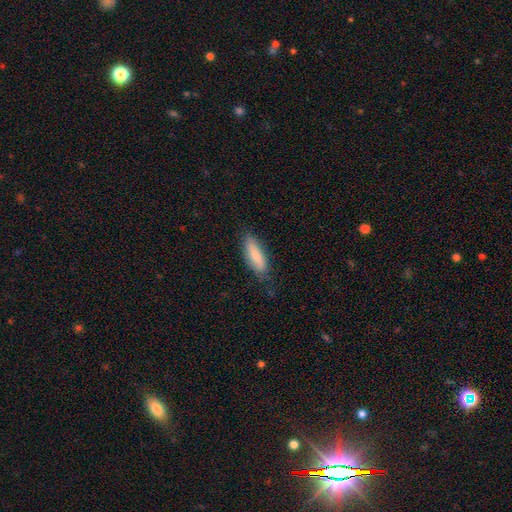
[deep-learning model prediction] smooth_or_featured: smooth (p=0.82) [alt: featured or disk p=0.12]
how_rounded: in between (p=0.53) [alt: cigar-shaped p=0.46]
merging: none (p=0.74) [alt: minor disturbance p=0.20]